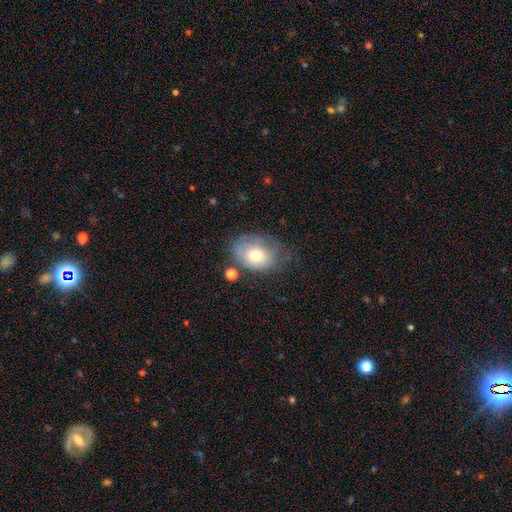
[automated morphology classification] Overall: smooth (66%; featured or disk 26%). How rounded: in between (70%). Merging: none (50%; minor disturbance 30%).